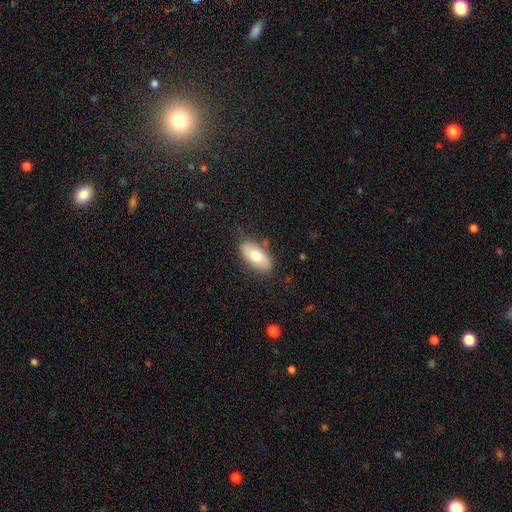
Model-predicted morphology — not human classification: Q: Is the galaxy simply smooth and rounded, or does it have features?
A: smooth — 72%.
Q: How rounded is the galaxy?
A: in between — 90%.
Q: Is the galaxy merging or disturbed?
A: none — 79%.